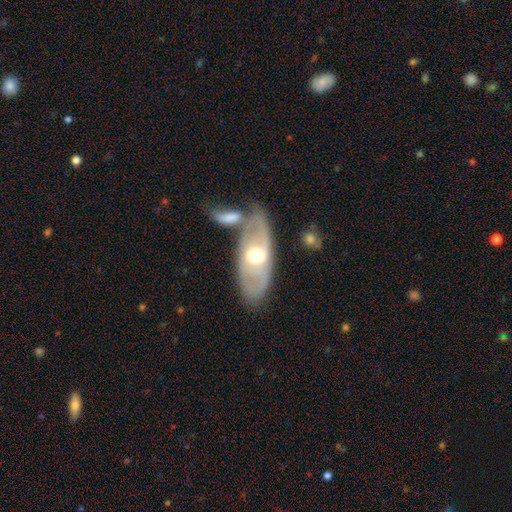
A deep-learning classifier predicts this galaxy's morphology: smooth_or_featured: featured or disk (p=0.60) [alt: smooth p=0.34]
disk_edge_on: no (p=0.81) [alt: yes p=0.19]
merging: none (p=0.56) [alt: merger p=0.22]